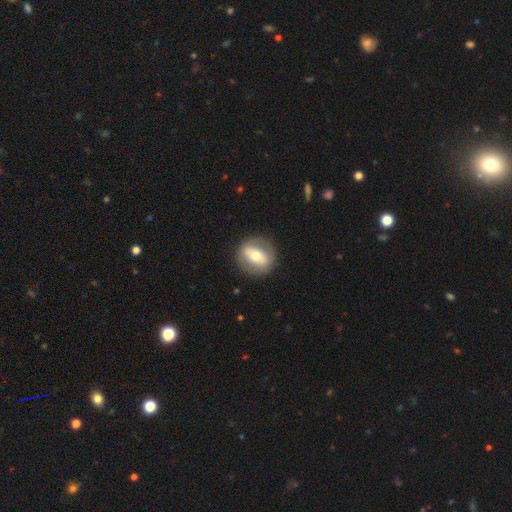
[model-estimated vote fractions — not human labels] smooth 51%, featured or disk 42%, star or artifact 7%. Down the decision tree: how rounded — round (69%); merging — none (86%).